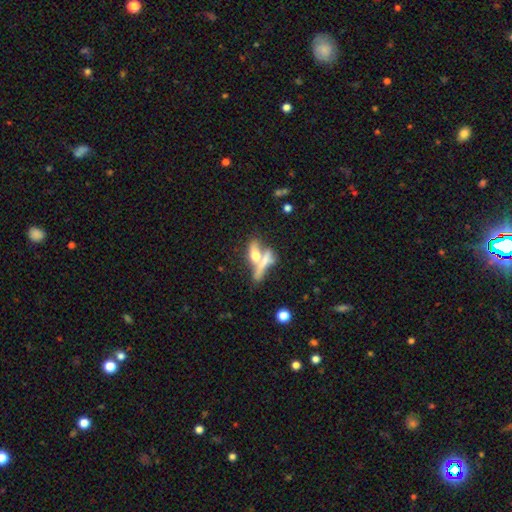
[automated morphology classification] Smooth or featured: smooth — 54% (featured or disk — 37%)
How rounded: cigar-shaped — 52% (in between — 41%)
Merging: merger — 55% (none — 27%)